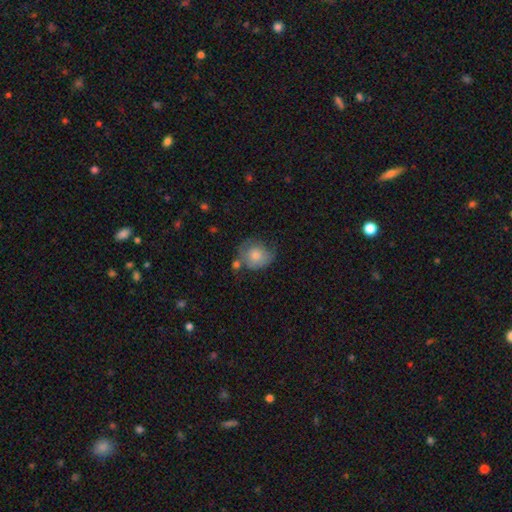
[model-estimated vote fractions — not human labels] A smooth galaxy with no disk features (69%) that is round (73%). Merging: none (44%).